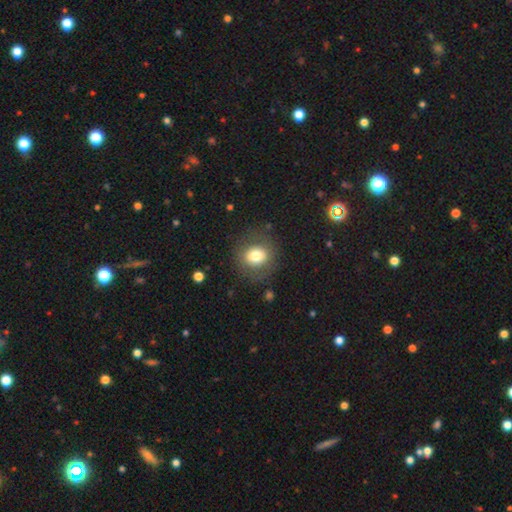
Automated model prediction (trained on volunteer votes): Smooth or featured?
  - smooth: 72% *
  - featured or disk: 18%
  - star or artifact: 10%
How rounded?
  - round: 80% *
  - in between: 19%
  - cigar-shaped: 1%
Merging?
  - none: 82% *
  - minor disturbance: 11%
  - major disturbance: 6%
  - merger: 1%